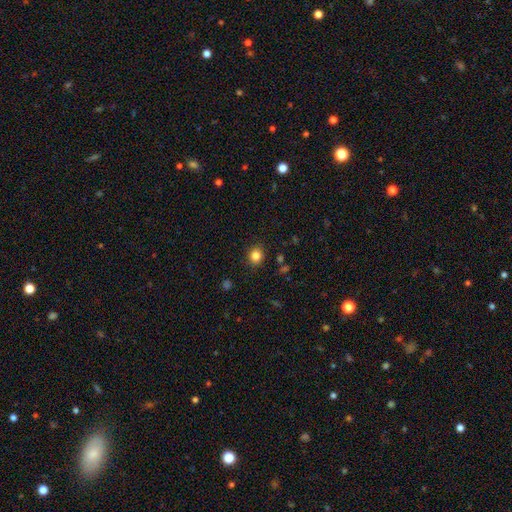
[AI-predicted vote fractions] smooth_or_featured: smooth (p=0.83) [alt: star or artifact p=0.12]
how_rounded: round (p=0.85) [alt: in between p=0.14]
merging: none (p=0.90) [alt: minor disturbance p=0.07]